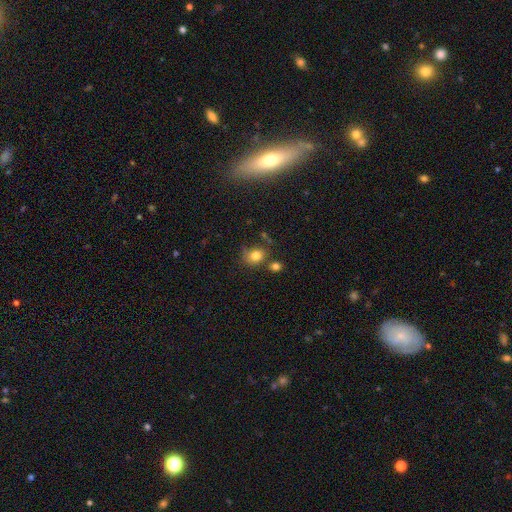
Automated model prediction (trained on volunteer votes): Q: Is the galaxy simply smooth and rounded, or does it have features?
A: smooth — 79%.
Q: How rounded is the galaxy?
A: round — 54%.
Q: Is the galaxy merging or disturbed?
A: none — 56%.